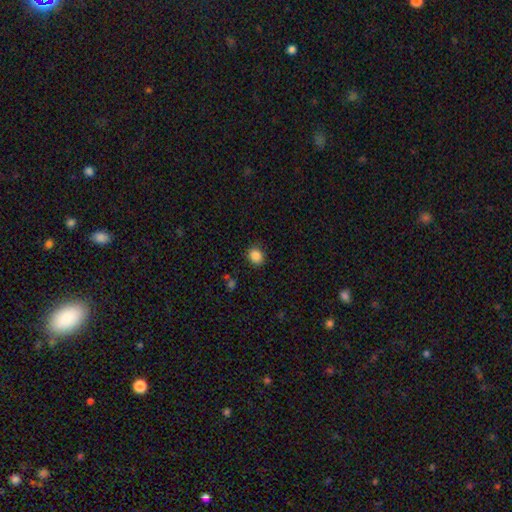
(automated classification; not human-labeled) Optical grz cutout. It shows a smooth galaxy with no disk features (86%) that is round (66%). Merging: none (87%).